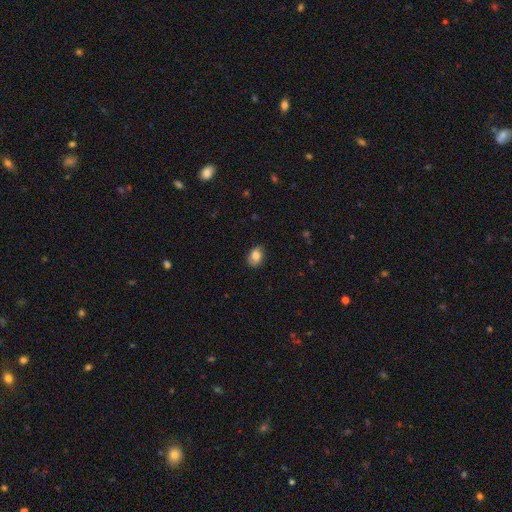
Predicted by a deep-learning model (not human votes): This is clearly a smooth galaxy (82%). How rounded: likely in between (74%). Merging: clearly none (81%).